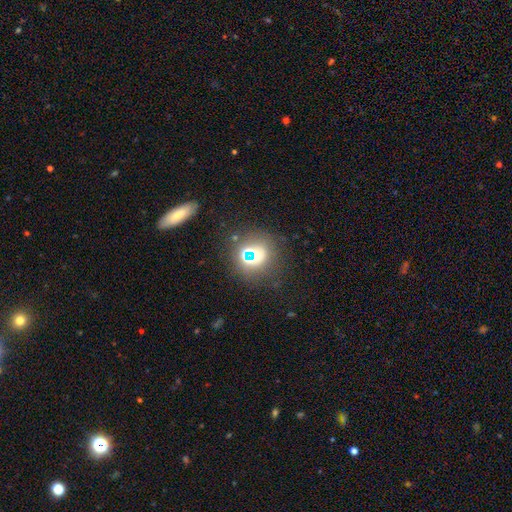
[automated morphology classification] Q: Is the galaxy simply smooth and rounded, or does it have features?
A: star or artifact — 43%.